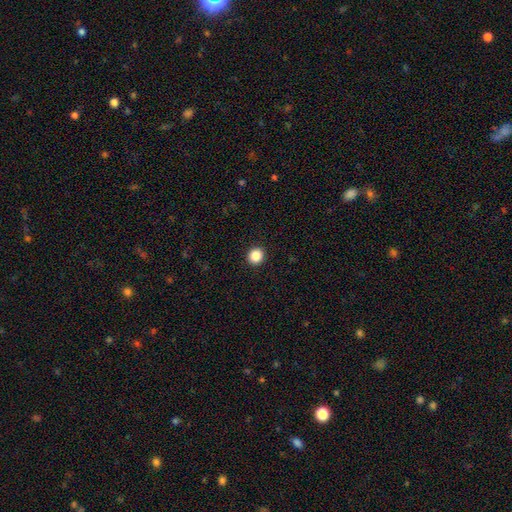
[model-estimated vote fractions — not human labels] smooth-or-featured: smooth: 87% | star or artifact: 10% | featured or disk: 3%
  how-rounded: round: 91% | in between: 8% | cigar-shaped: 1%
  merging: none: 93% | minor disturbance: 4% | major disturbance: 2% | merger: 1%